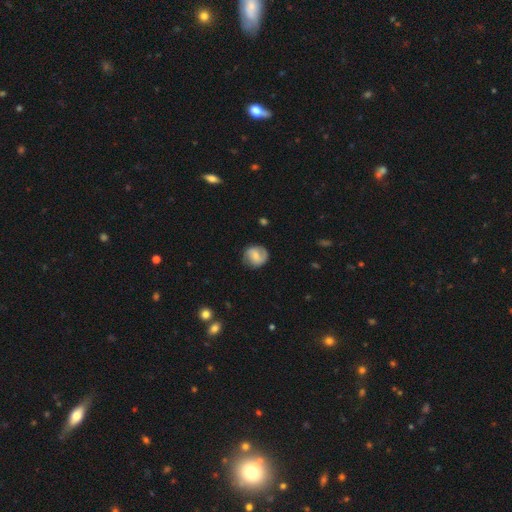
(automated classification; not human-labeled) Smooth or featured?
  - featured or disk: 49% *
  - smooth: 44%
  - star or artifact: 7%
Merging?
  - none: 79% *
  - minor disturbance: 15%
  - major disturbance: 5%
  - merger: 1%